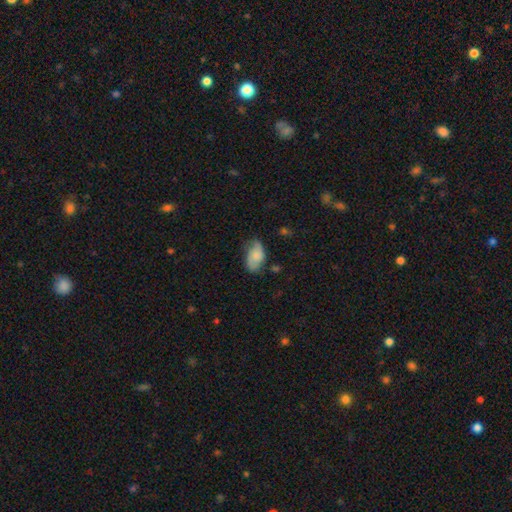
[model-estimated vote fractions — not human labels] A smooth galaxy with no disk features (51%) that is in between round and cigar-shaped (91%). Merging: none (60%).